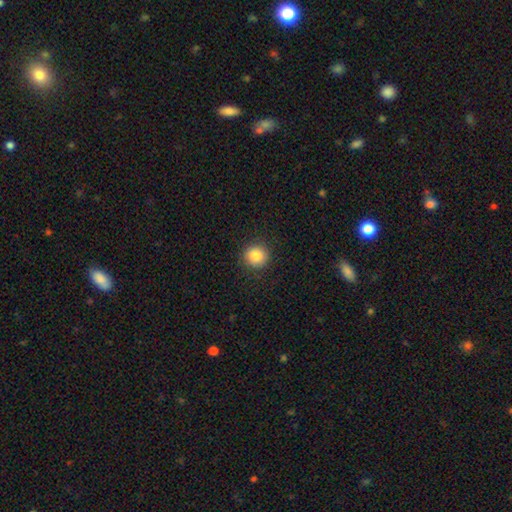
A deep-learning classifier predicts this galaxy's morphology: This appears to be a smooth galaxy with no disk features (83%) that is round (93%). Merging: none (91%).